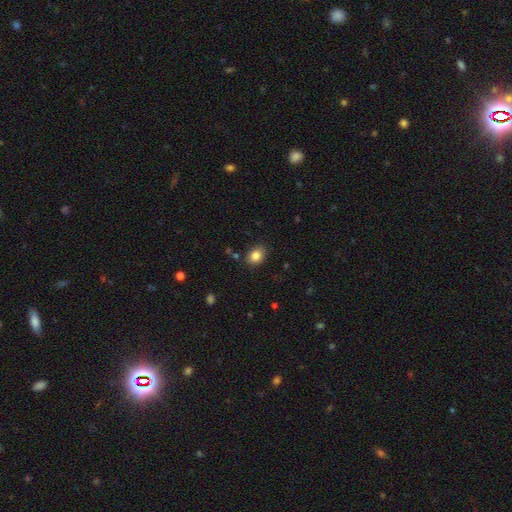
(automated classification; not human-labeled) The model was most divided on "how rounded": in between: 62%, round: 37%, cigar-shaped: 1%. More confident: smooth or featured — smooth (84%); merging — none (83%).